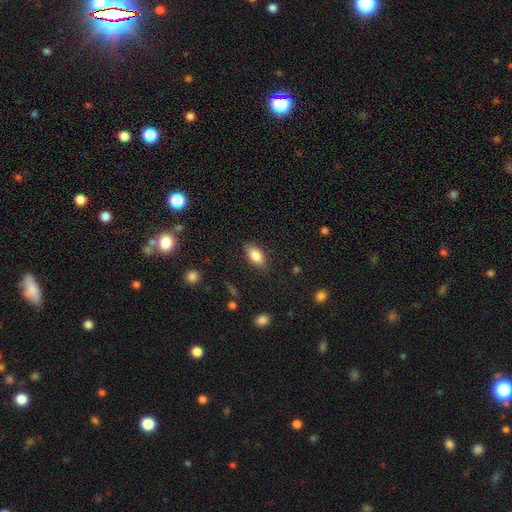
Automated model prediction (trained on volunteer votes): Morphology: type=smooth (82%); roundness=in between (87%); merging=none (83%).